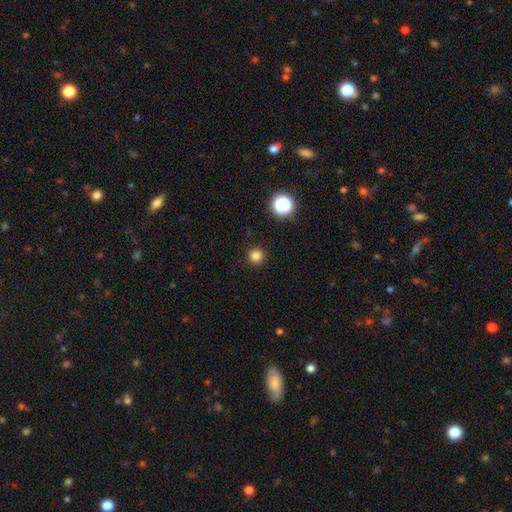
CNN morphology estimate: smooth-or-featured: smooth: 81% | star or artifact: 15% | featured or disk: 4%
  how-rounded: round: 96% | in between: 3% | cigar-shaped: 1%
  merging: none: 92% | minor disturbance: 5% | major disturbance: 2% | merger: 1%